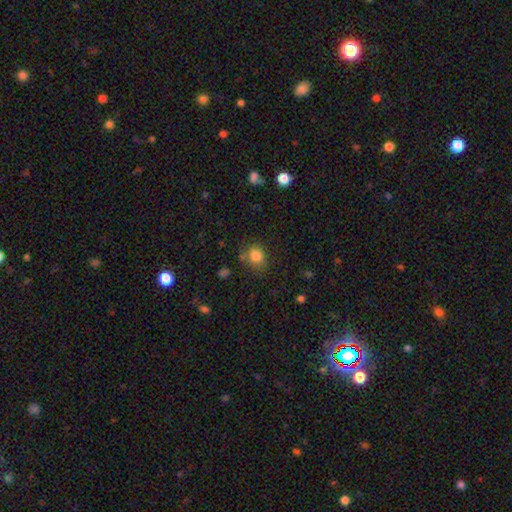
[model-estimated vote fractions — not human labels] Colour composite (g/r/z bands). It shows a smooth galaxy with no disk features (83%) that is round (64%). Merging: none (68%).